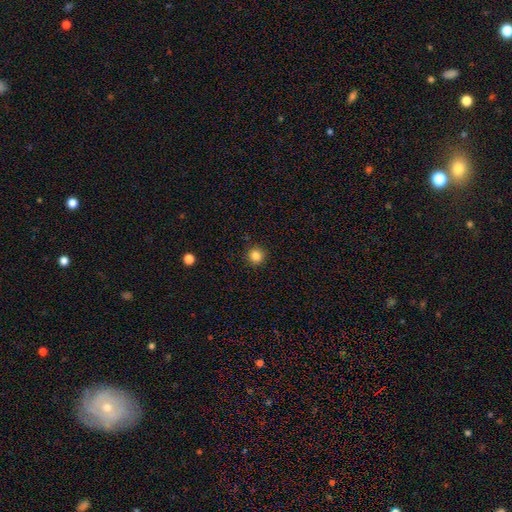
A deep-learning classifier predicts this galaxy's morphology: Q: Smooth or featured?
A: smooth (84%); runner-up: star or artifact (11%)
Q: How rounded?
A: round (94%); runner-up: in between (5%)
Q: Merging?
A: none (92%); runner-up: minor disturbance (5%)